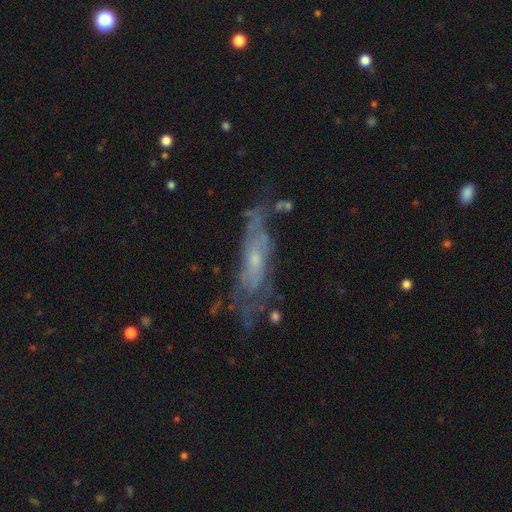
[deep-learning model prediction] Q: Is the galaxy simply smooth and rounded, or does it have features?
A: featured or disk — 66%.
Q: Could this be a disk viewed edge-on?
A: no — 71%.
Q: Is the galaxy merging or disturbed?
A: none — 49%.